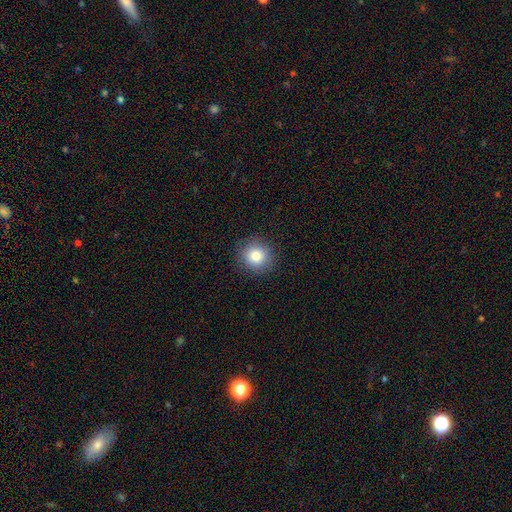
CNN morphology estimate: A smooth galaxy with no disk features (82%) that is round (91%). Merging: none (90%).